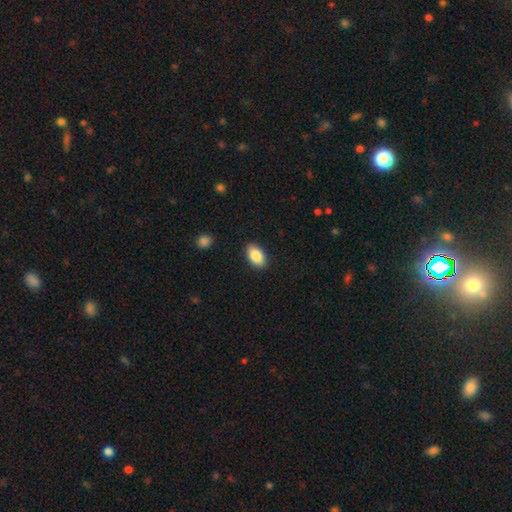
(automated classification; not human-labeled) Smooth or featured: smooth — 88% (star or artifact — 7%)
How rounded: in between — 93% (round — 5%)
Merging: none — 89% (minor disturbance — 8%)